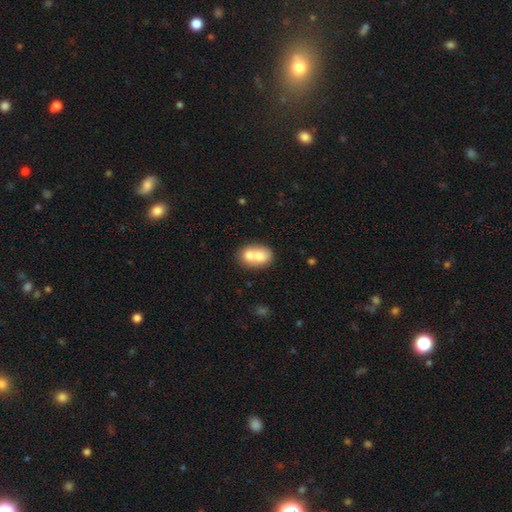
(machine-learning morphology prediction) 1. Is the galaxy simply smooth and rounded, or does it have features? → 68% smooth, 25% featured or disk, 7% star or artifact.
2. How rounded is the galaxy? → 60% in between, 38% round, 1% cigar-shaped.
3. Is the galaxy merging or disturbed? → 70% merger, 21% none, 6% minor disturbance, 3% major disturbance.